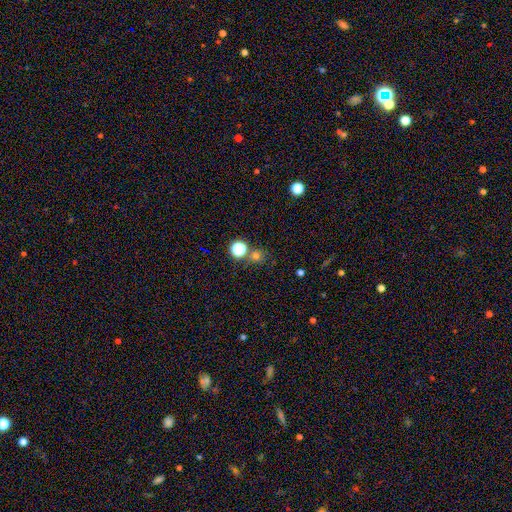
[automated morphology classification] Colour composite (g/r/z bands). It shows a smooth galaxy with no disk features (64%) that is round (87%). Merging: none (69%).